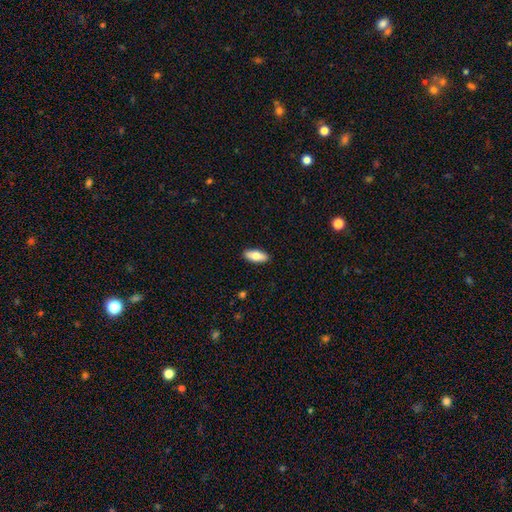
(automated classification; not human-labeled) Smooth or featured? smooth (77%)
How rounded? in between (81%)
Merging? none (90%)